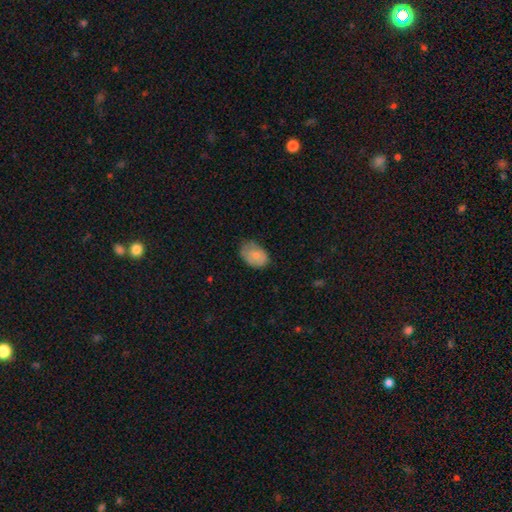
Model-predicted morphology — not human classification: Smooth or featured?
  - smooth: 79% *
  - featured or disk: 14%
  - star or artifact: 7%
How rounded?
  - in between: 82% *
  - round: 17%
  - cigar-shaped: 1%
Merging?
  - none: 57% *
  - minor disturbance: 33%
  - major disturbance: 9%
  - merger: 1%